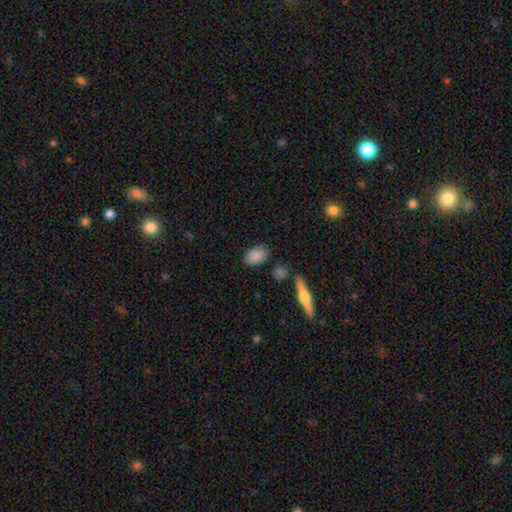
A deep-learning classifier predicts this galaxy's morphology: This appears to be a smooth galaxy with no disk features (86%) that is in between round and cigar-shaped (90%). Merging: none (78%).